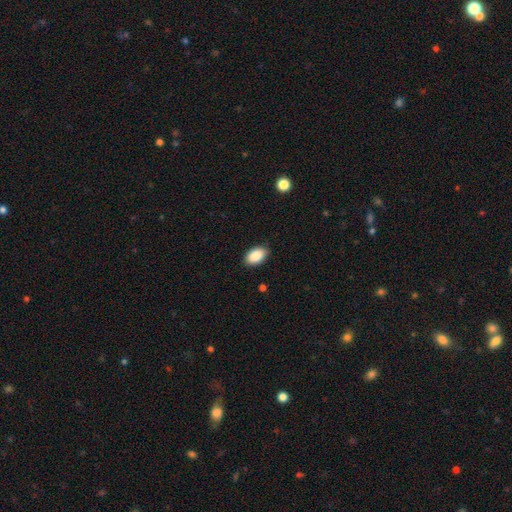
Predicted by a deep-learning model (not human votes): Smooth or featured: smooth — 90% (star or artifact — 7%)
How rounded: in between — 93% (round — 5%)
Merging: none — 88% (minor disturbance — 10%)